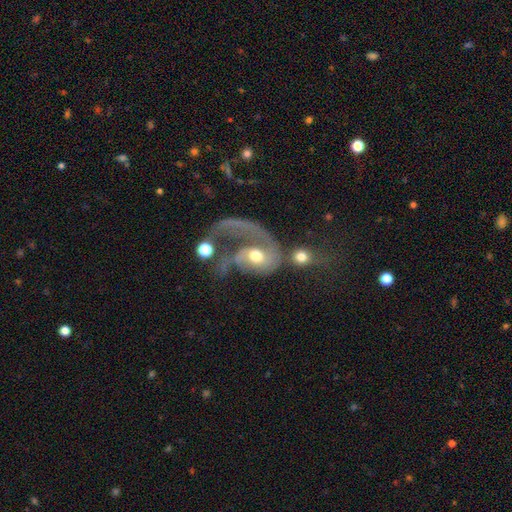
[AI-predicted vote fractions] Morphology: type=featured or disk (77%); edge-on=no (96%); bar=no (64%); spiral arms=yes (75%); winding=loose (55%); arm count=1 (57%); bulge=moderate (60%); merging=merger (46%).